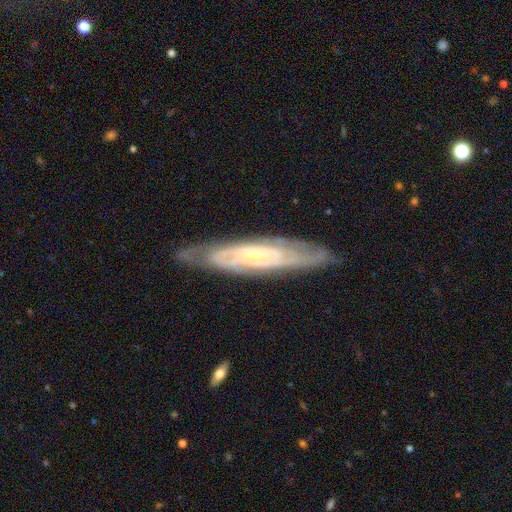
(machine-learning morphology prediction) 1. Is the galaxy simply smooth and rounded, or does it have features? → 81% featured or disk, 13% smooth, 6% star or artifact.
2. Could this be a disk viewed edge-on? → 69% no, 31% yes.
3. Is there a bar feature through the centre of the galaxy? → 67% no, 25% weak, 9% strong.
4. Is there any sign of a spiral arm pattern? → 91% yes, 9% no.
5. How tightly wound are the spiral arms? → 69% tight, 26% medium, 6% loose.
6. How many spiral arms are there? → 49% can't tell, 26% 2, 11% 3, 6% 4, 4% more than 4, 4% 1.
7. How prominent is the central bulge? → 78% small, 18% moderate, 2% none, 1% large, 1% dominant.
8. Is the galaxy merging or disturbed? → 80% none, 15% minor disturbance, 4% major disturbance, 1% merger.